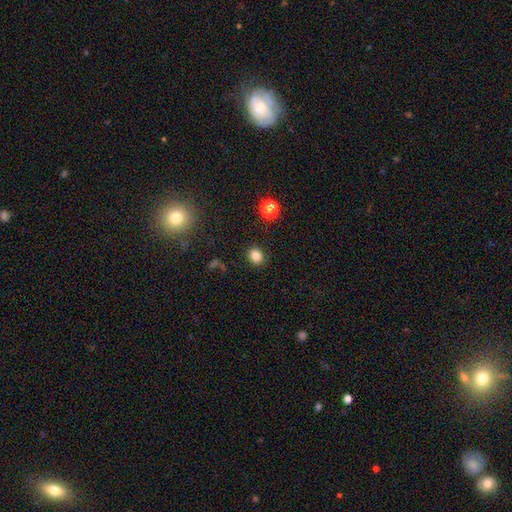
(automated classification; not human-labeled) This is clearly a smooth galaxy (82%). How rounded: likely round (64%). Merging: clearly none (89%).